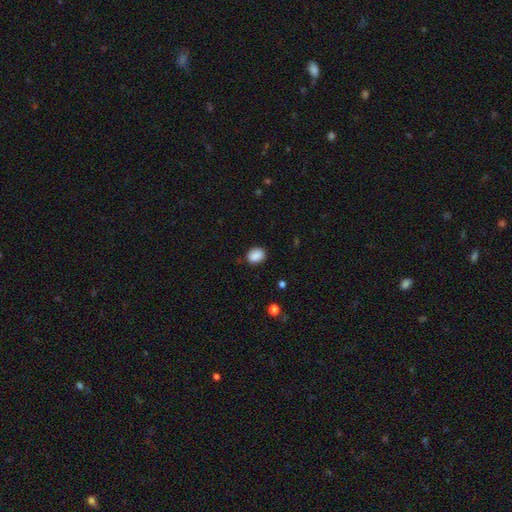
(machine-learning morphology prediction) This is clearly a smooth galaxy (88%). How rounded: possibly in between (58%). Merging: clearly none (84%).